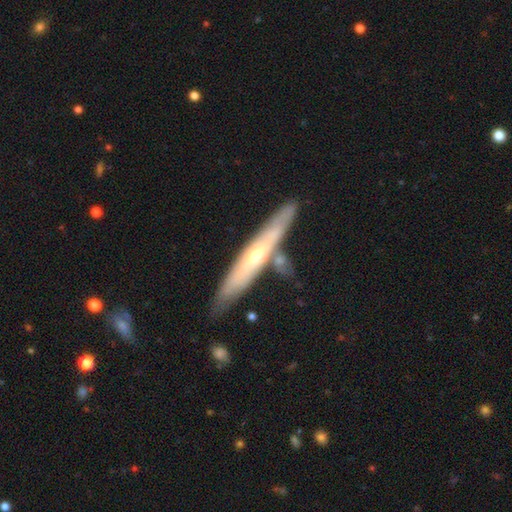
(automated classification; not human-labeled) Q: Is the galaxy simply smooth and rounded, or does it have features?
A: featured or disk — 60%.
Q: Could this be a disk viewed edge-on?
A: yes — 83%.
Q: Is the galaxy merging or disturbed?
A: none — 75%.